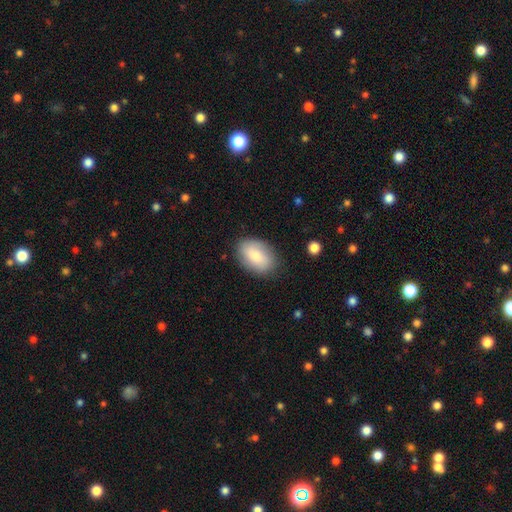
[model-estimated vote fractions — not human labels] smooth_or_featured: smooth (p=0.79) [alt: featured or disk p=0.15]
how_rounded: in between (p=0.87) [alt: round p=0.12]
merging: none (p=0.82) [alt: minor disturbance p=0.13]